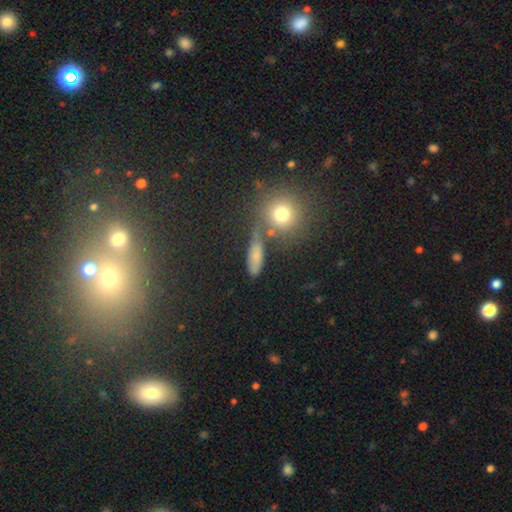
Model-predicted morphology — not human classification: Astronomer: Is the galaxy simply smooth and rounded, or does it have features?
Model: smooth — 67%.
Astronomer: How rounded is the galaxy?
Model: in between — 41% (runner-up: cigar-shaped, 38%).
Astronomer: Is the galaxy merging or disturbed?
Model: none — 67%.